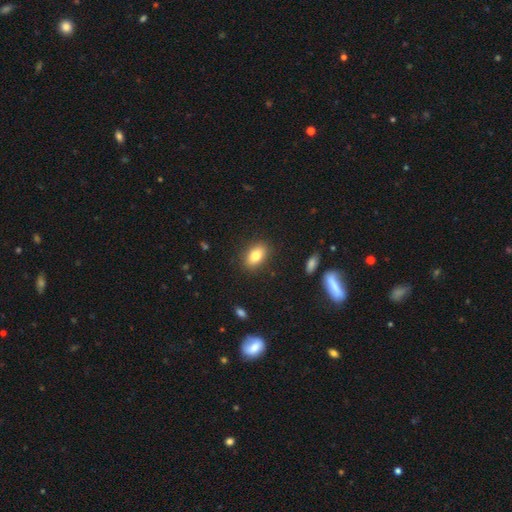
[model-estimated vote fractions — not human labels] A smooth galaxy with no disk features (81%) that is in between round and cigar-shaped (86%). Merging: none (87%).